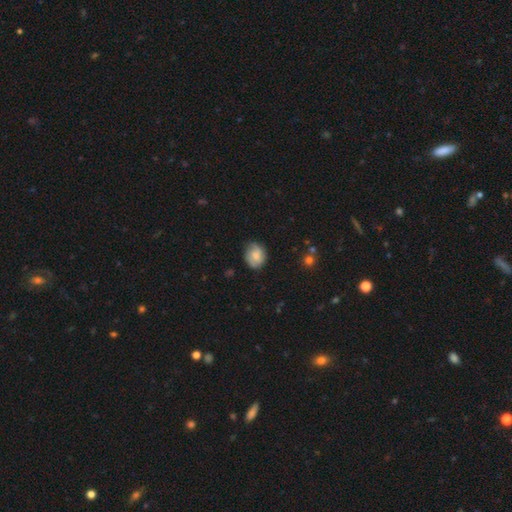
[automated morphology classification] Smooth or featured? smooth (56%)
How rounded? round (60%)
Merging? none (72%)